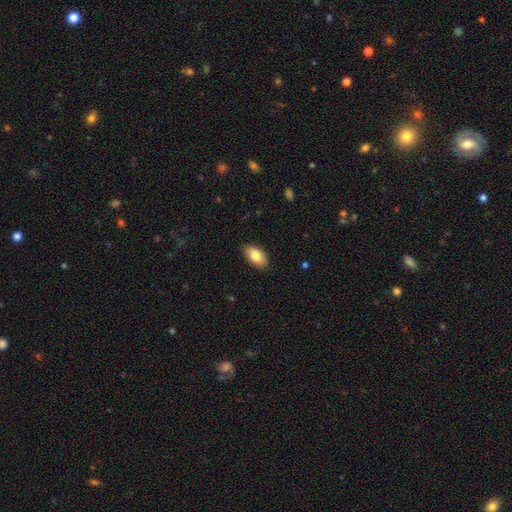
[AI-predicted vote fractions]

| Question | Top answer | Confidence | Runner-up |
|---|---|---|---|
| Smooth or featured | smooth | 83% | featured or disk (11%) |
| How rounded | in between | 93% | round (3%) |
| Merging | none | 87% | minor disturbance (10%) |